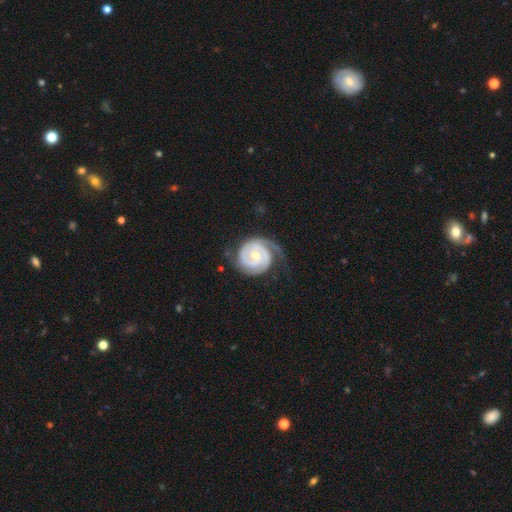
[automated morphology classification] The model was most divided on "bulge size": moderate: 55%, small: 40%, large: 2%, none: 1%, dominant: 1%. More confident: edge-on disk — no (98%); spiral arms — yes (97%); smooth or featured — featured or disk (88%); spiral winding — tight (72%); spiral arm count — 2 (63%); merging — none (62%); bar — no (62%).